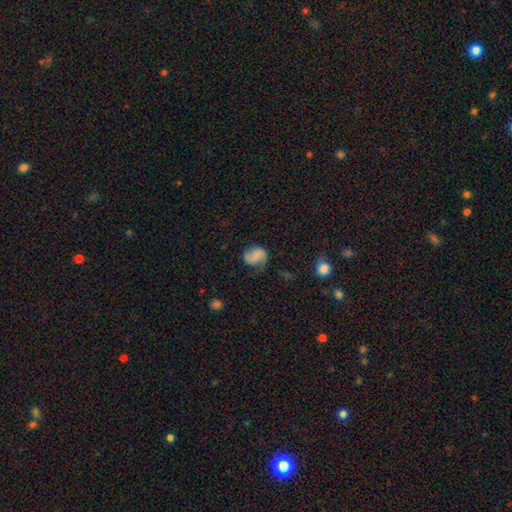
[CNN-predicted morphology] featured or disk 53%, smooth 37%, star or artifact 10%. Down the decision tree: edge-on disk — no (98%); bar — no (47%); spiral arms — yes (90%); bulge size — none (64%); merging — none (61%).